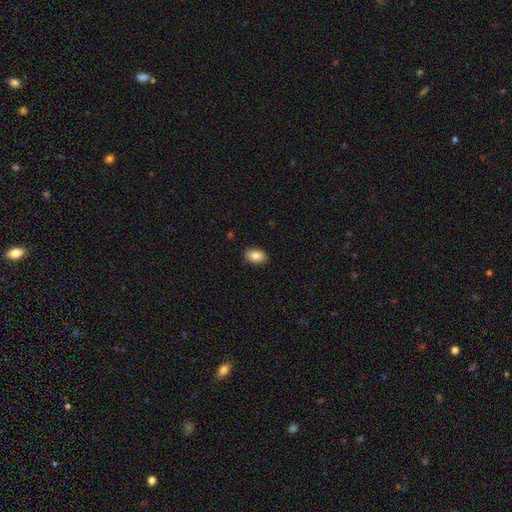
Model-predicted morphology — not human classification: Smooth or featured?
  - smooth: 86% *
  - star or artifact: 8%
  - featured or disk: 6%
How rounded?
  - in between: 88% *
  - round: 11%
  - cigar-shaped: 1%
Merging?
  - none: 88% *
  - minor disturbance: 9%
  - major disturbance: 2%
  - merger: 1%